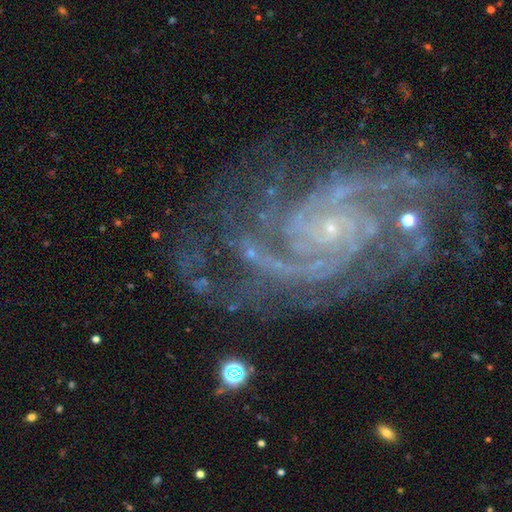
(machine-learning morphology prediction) Q: Smooth or featured?
A: featured or disk (91%); runner-up: star or artifact (6%)
Q: Edge-on disk?
A: no (98%); runner-up: yes (2%)
Q: Bar?
A: no (67%); runner-up: weak (23%)
Q: Spiral arms?
A: yes (99%); runner-up: no (1%)
Q: Spiral winding?
A: tight (62%); runner-up: medium (33%)
Q: Spiral arm count?
A: 2 (23%); runner-up: 3 (22%)
Q: Bulge size?
A: small (85%); runner-up: moderate (8%)
Q: Merging?
A: none (64%); runner-up: minor disturbance (19%)